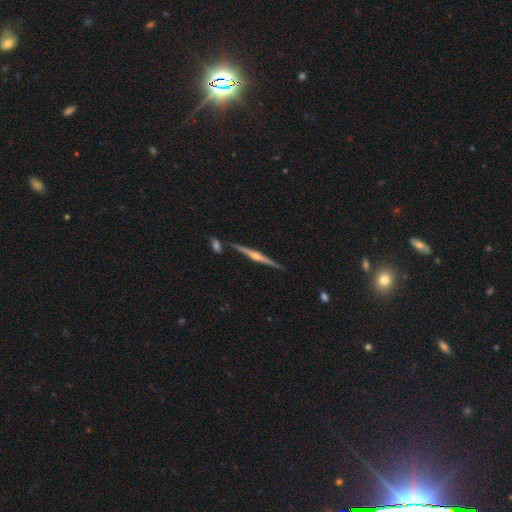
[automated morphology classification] Smooth or featured: featured or disk — 83% (smooth — 11%)
Edge-on disk: yes — 98% (no — 2%)
Edge-on bulge: rounded — 87% (boxy — 7%)
Merging: none — 85% (minor disturbance — 7%)